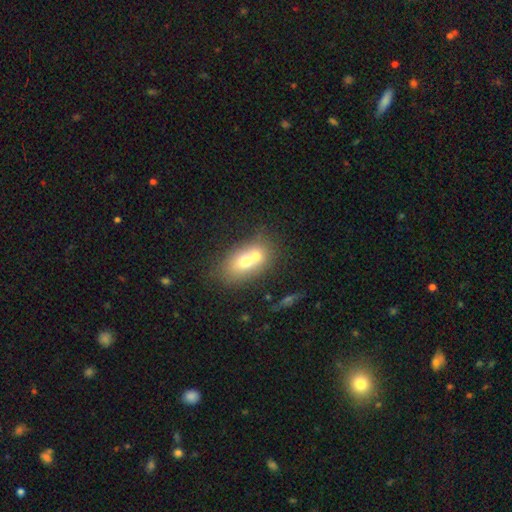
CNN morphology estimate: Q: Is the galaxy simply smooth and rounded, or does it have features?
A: smooth — 64%.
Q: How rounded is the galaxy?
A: in between — 74%.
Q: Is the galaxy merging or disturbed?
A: merger — 60%.